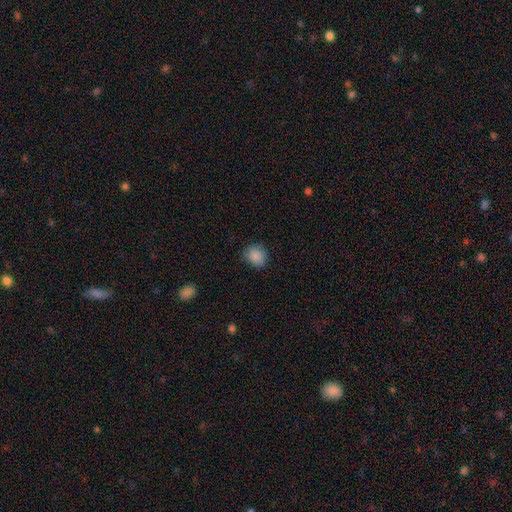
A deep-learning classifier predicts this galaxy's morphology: Smooth or featured: smooth — 87% (star or artifact — 9%)
How rounded: round — 70% (in between — 29%)
Merging: none — 76% (minor disturbance — 19%)